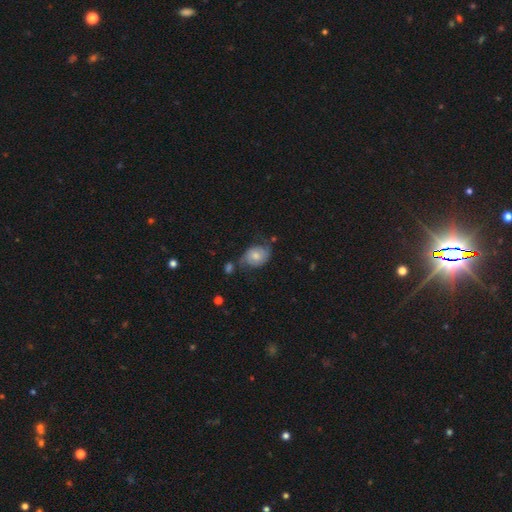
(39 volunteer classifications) Volunteers were most divided on "spiral winding": loose: 44%, medium: 33%, tight: 22%. More confident: spiral arm count — 2 (100%); edge-on disk — no (91%); spiral arms — yes (90%); bar — no (85%); smooth or featured — featured or disk (56%); merging — none (55%); bulge size — moderate (50%).